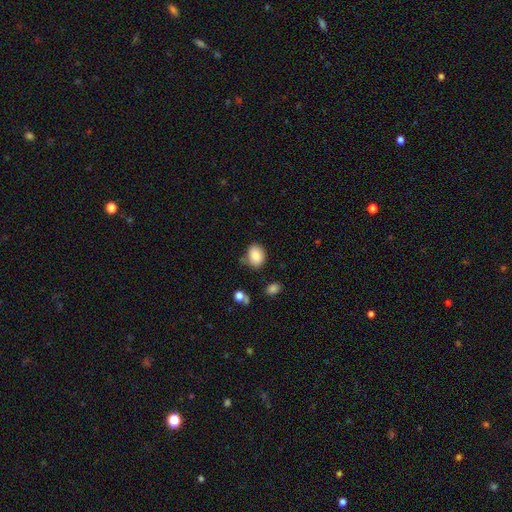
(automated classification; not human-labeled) The model was most divided on "how rounded": in between: 59%, round: 40%, cigar-shaped: 1%. More confident: smooth or featured — smooth (85%); merging — none (68%).